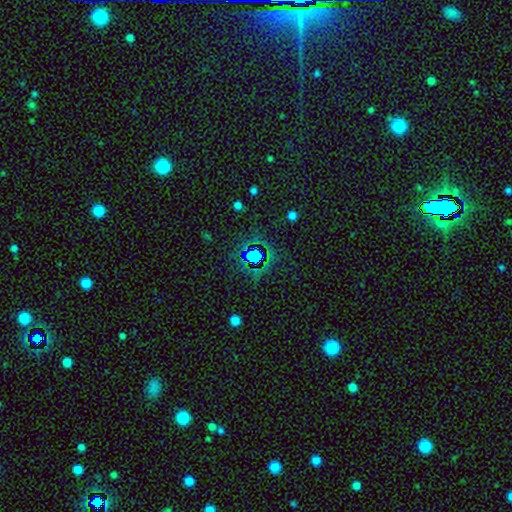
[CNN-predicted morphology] smooth-or-featured: star or artifact: 68% | smooth: 22% | featured or disk: 11%